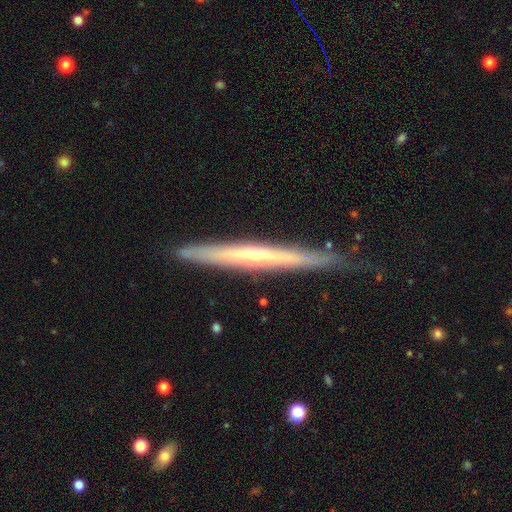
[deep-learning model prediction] Smooth or featured? Predicted: featured or disk (p=0.72). Edge-on disk? Predicted: yes (p=0.96). Edge-on bulge? Predicted: rounded (p=0.57). Merging? Predicted: none (p=0.84).